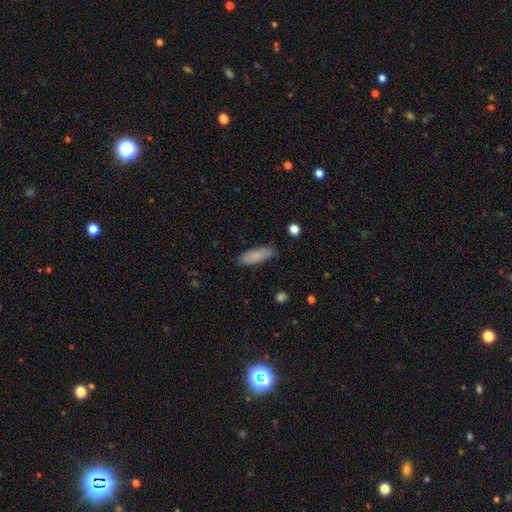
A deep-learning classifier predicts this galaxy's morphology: The model was most divided on "how rounded": in between: 55%, cigar-shaped: 44%, round: 2%. More confident: merging — none (83%); smooth or featured — smooth (83%).